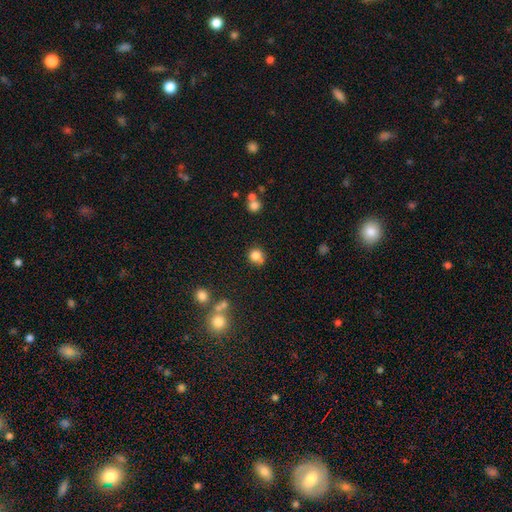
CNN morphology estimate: Q: Smooth or featured?
A: smooth (81%); runner-up: star or artifact (12%)
Q: How rounded?
A: round (84%); runner-up: in between (15%)
Q: Merging?
A: none (67%); runner-up: minor disturbance (17%)